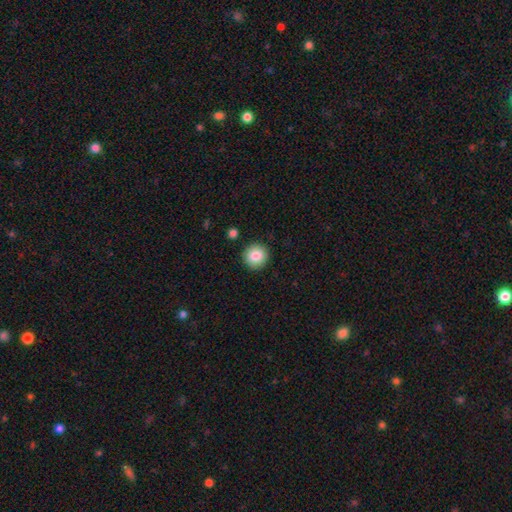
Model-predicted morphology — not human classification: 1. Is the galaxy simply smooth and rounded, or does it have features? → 85% smooth, 8% star or artifact, 7% featured or disk.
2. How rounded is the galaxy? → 93% round, 6% in between, 1% cigar-shaped.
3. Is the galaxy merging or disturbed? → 90% none, 6% minor disturbance, 2% major disturbance, 2% merger.